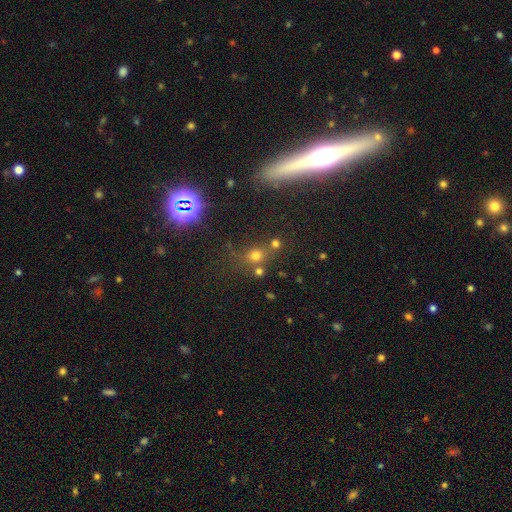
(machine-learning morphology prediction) A smooth galaxy with no disk features (56%) that is round (73%).

Vote fractions:
- Smooth or featured? smooth: 56% / star or artifact: 34% / featured or disk: 10%
- How rounded? round: 73% / in between: 23% / cigar-shaped: 4%
- Merging? none: 66% / merger: 16% / minor disturbance: 12% / major disturbance: 6%